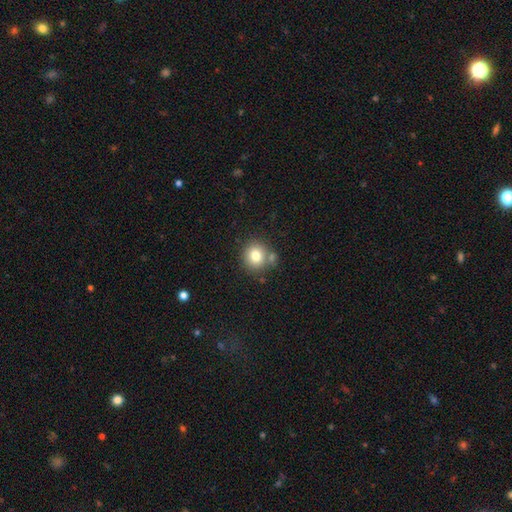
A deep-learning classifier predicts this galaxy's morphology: type=smooth (79%); roundness=round (83%); merging=none (70%).